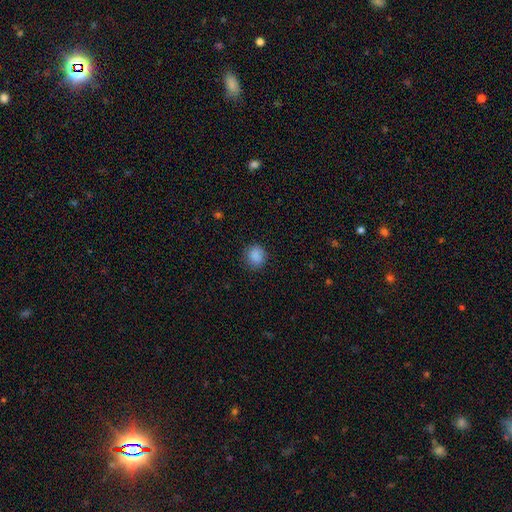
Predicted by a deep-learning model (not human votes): smooth 87%, star or artifact 9%, featured or disk 4%. Down the decision tree: how rounded — round (82%); merging — none (84%).